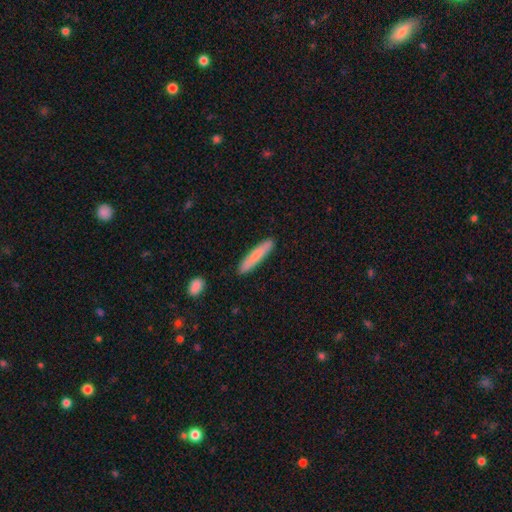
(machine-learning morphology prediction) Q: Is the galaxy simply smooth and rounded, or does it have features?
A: smooth — 78%.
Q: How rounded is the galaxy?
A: cigar-shaped — 92%.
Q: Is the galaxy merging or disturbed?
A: none — 89%.